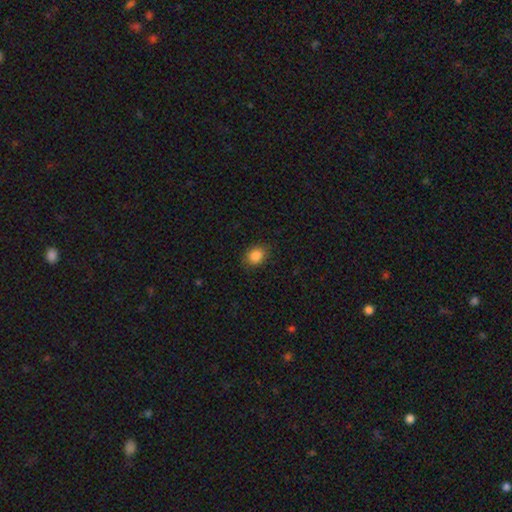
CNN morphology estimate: Smooth or featured: smooth — 86% (star or artifact — 10%)
How rounded: in between — 52% (round — 47%)
Merging: none — 83% (minor disturbance — 13%)